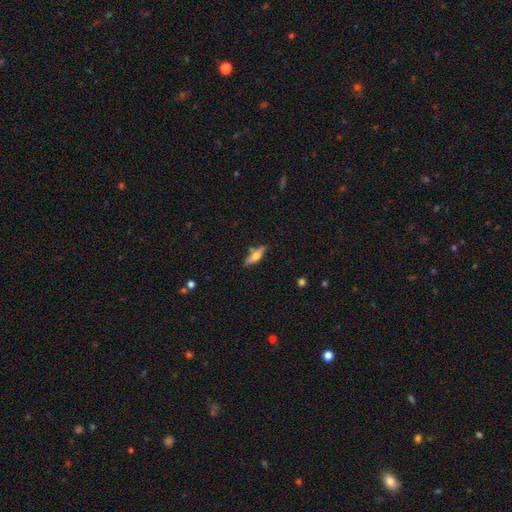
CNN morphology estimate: Smooth or featured?
  - featured or disk: 48% *
  - smooth: 45%
  - star or artifact: 7%
Merging?
  - none: 77% *
  - minor disturbance: 14%
  - merger: 6%
  - major disturbance: 3%